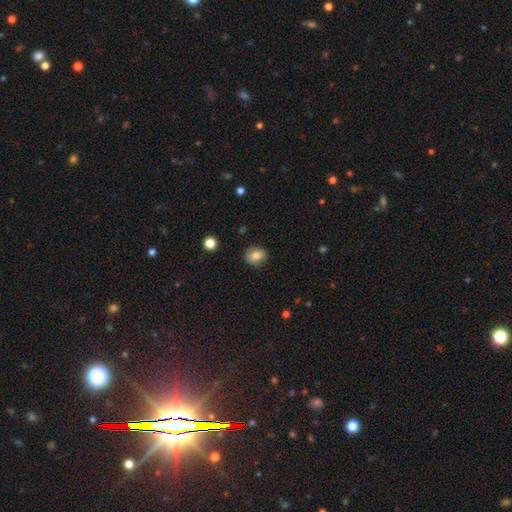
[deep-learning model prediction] smooth-or-featured: smooth: 82% | star or artifact: 9% | featured or disk: 9%
  how-rounded: in between: 51% | round: 47% | cigar-shaped: 1%
  merging: none: 85% | minor disturbance: 11% | major disturbance: 3% | merger: 1%